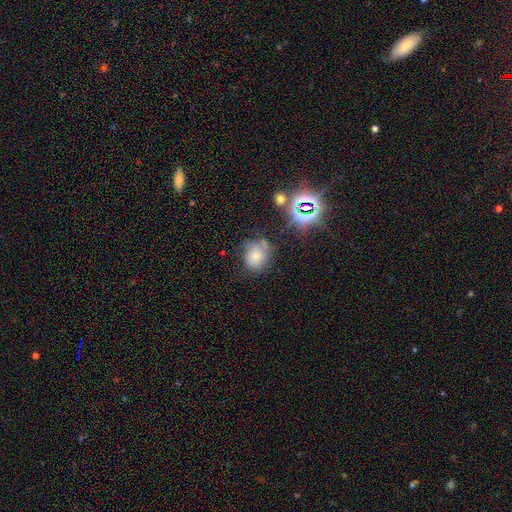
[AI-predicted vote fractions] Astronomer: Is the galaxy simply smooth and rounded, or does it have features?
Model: smooth — 59%.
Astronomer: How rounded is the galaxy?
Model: round — 63%.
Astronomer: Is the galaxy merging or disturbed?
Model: none — 50% (runner-up: minor disturbance, 27%).